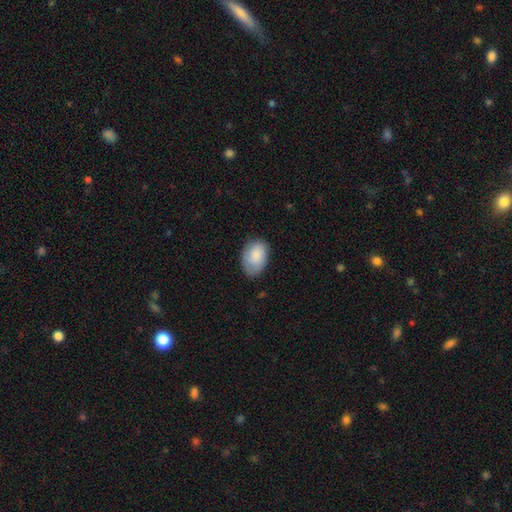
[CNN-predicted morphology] type=smooth (86%); roundness=in between (87%); merging=none (73%).